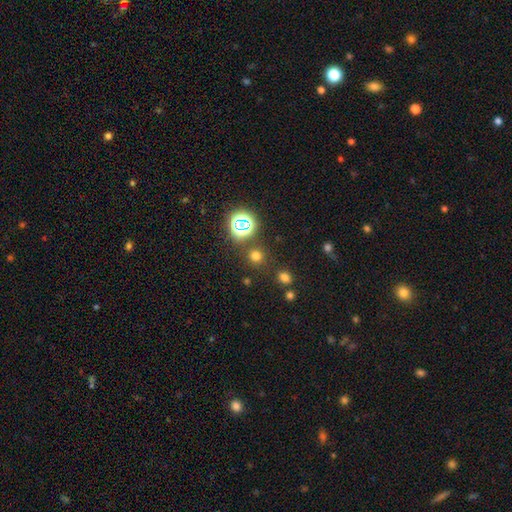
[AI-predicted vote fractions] Overall: smooth (66%; star or artifact 28%). How rounded: round (91%). Merging: none (83%).